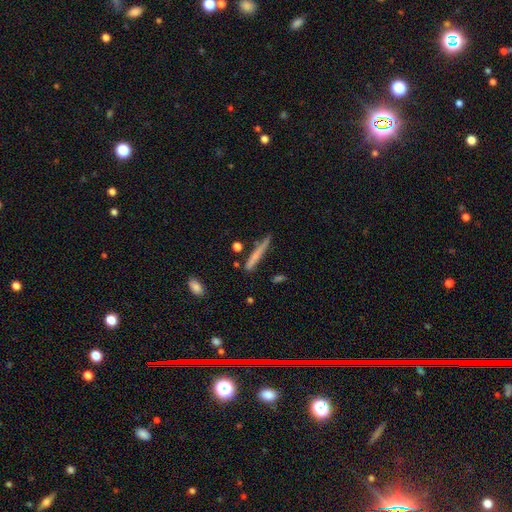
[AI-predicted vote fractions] Smooth or featured?
  - smooth: 60% *
  - featured or disk: 33%
  - star or artifact: 7%
How rounded?
  - cigar-shaped: 95% *
  - in between: 3%
  - round: 2%
Merging?
  - none: 71% *
  - minor disturbance: 20%
  - major disturbance: 5%
  - merger: 5%